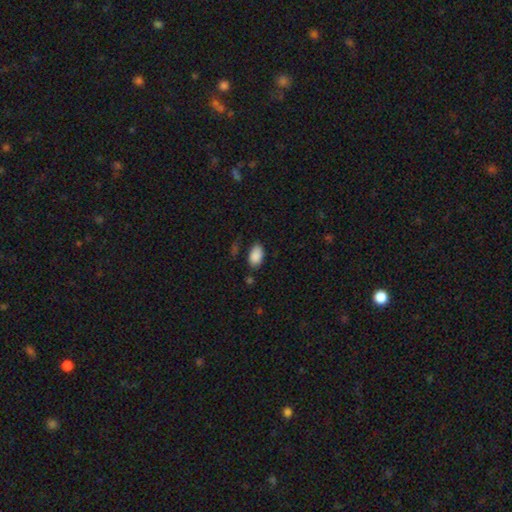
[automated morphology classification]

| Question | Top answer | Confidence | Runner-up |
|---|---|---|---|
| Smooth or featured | smooth | 89% | star or artifact (8%) |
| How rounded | in between | 93% | round (5%) |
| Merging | none | 75% | minor disturbance (17%) |